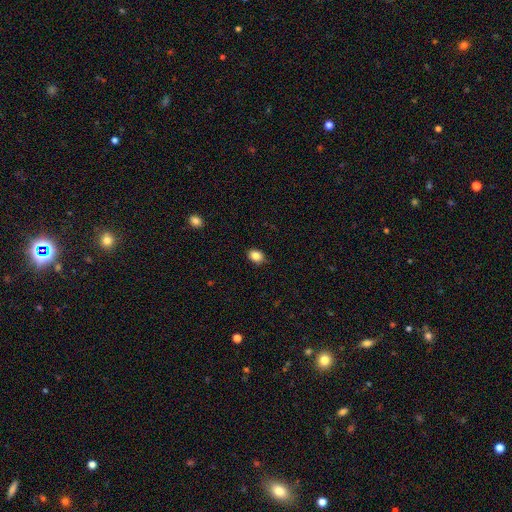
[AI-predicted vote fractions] A smooth galaxy with no disk features (85%) that is in between round and cigar-shaped (63%).

Vote fractions:
- Smooth or featured? smooth: 85% / star or artifact: 9% / featured or disk: 6%
- How rounded? in between: 63% / round: 36% / cigar-shaped: 1%
- Merging? none: 81% / minor disturbance: 15% / major disturbance: 2% / merger: 1%